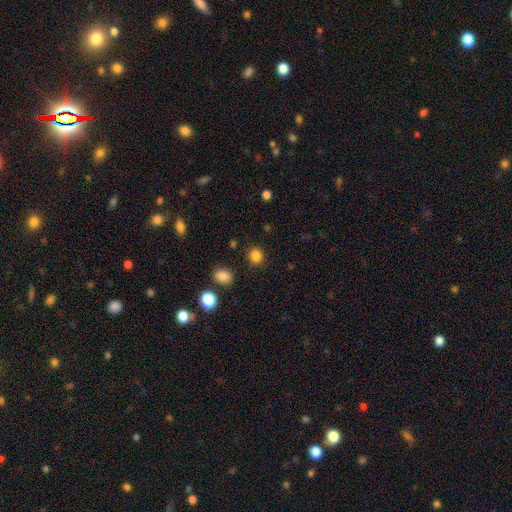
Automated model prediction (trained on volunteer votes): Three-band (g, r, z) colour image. It shows a smooth galaxy with no disk features (84%) that is round (70%). Merging: none (86%).